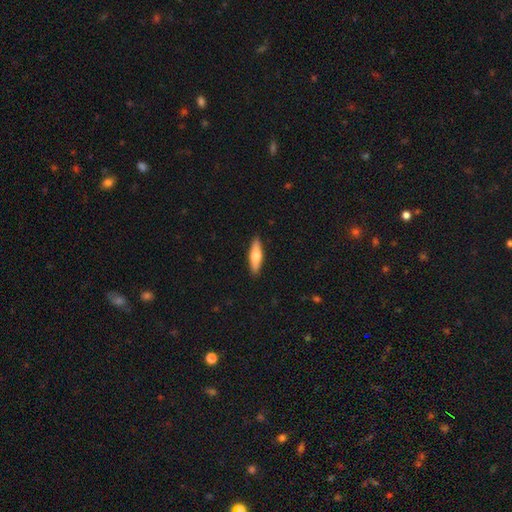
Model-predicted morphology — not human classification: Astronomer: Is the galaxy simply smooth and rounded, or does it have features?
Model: smooth — 59% (runner-up: featured or disk, 36%).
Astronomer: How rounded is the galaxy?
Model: cigar-shaped — 64%.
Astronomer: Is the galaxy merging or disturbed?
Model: none — 90%.